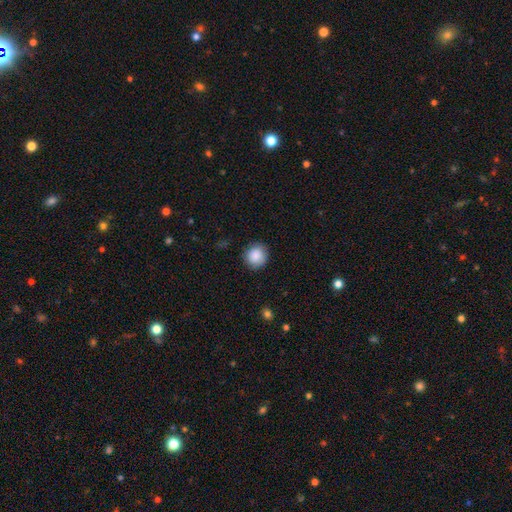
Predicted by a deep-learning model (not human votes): smooth_or_featured: smooth (p=0.87) [alt: star or artifact p=0.08]
how_rounded: round (p=0.91) [alt: in between p=0.08]
merging: none (p=0.87) [alt: minor disturbance p=0.10]